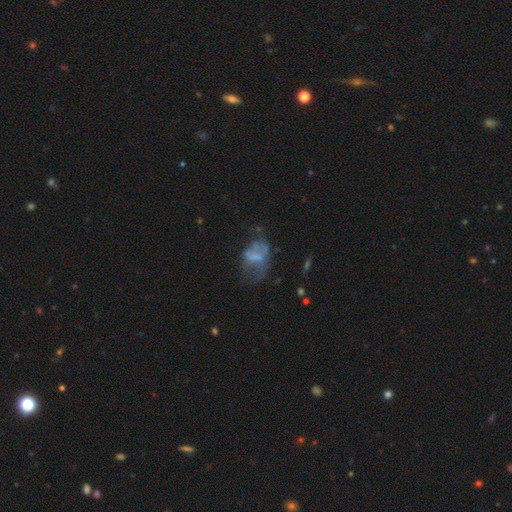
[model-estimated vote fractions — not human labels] Morphology: type=featured or disk (49%); merging=major disturbance (37%).